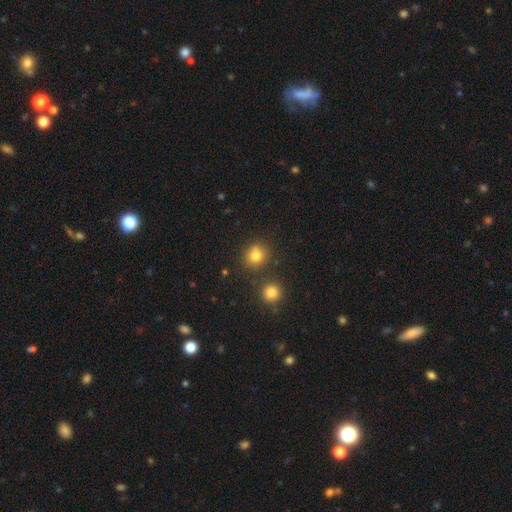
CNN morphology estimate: Smooth or featured? smooth (79%)
How rounded? round (83%)
Merging? none (77%)